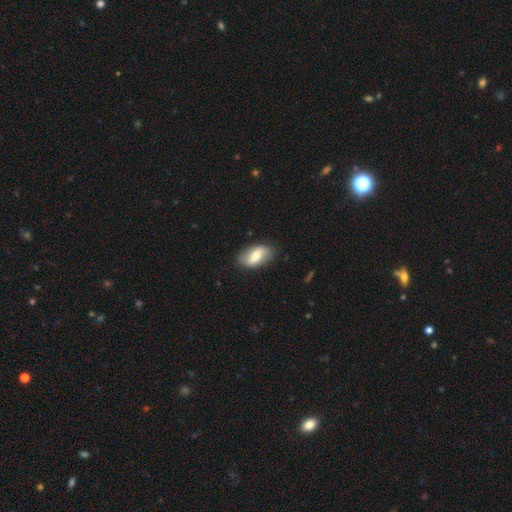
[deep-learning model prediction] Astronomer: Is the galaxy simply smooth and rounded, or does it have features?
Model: smooth — 52% (runner-up: featured or disk, 41%).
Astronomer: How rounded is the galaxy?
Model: in between — 90%.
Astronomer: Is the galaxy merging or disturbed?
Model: none — 82%.